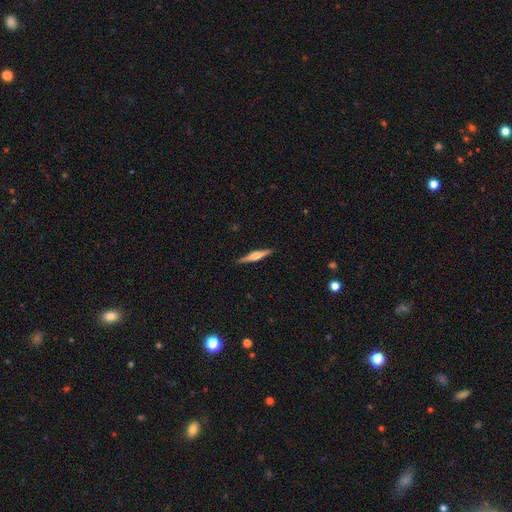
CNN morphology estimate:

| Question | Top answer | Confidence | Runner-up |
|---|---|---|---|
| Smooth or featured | featured or disk | 65% | smooth (29%) |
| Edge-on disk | yes | 98% | no (2%) |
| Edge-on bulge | rounded | 74% | boxy (20%) |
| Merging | none | 91% | minor disturbance (7%) |